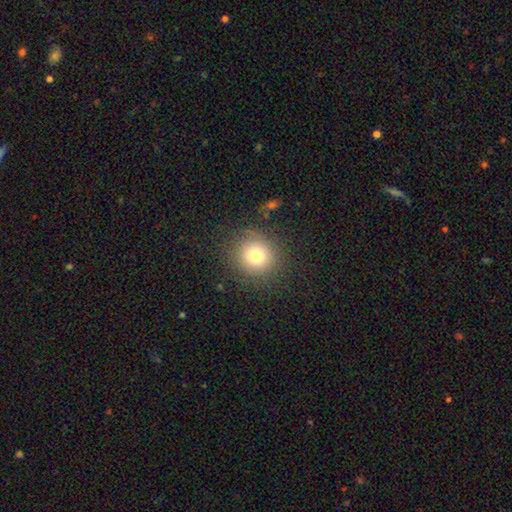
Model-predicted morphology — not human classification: This appears to be a smooth galaxy with no disk features (76%) that is round (90%). Merging: none (84%).